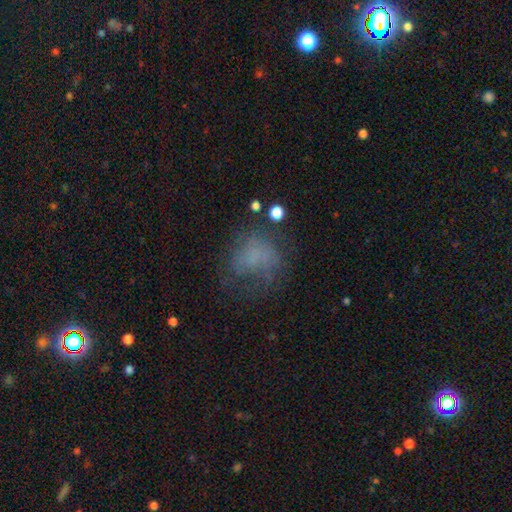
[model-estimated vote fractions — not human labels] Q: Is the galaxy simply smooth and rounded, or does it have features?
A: smooth — 51%.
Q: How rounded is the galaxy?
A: round — 60%.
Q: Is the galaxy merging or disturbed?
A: none — 47%.